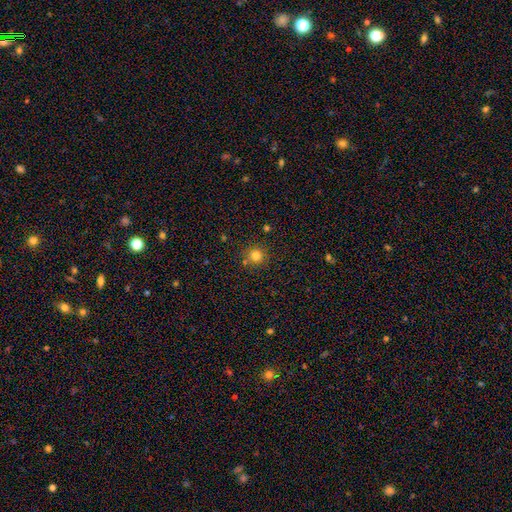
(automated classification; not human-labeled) smooth-or-featured: smooth: 81% | star or artifact: 13% | featured or disk: 6%
  how-rounded: round: 93% | in between: 6% | cigar-shaped: 1%
  merging: none: 81% | minor disturbance: 8% | merger: 8% | major disturbance: 3%